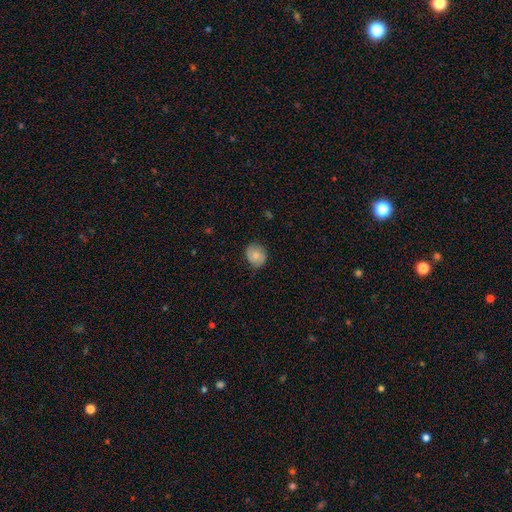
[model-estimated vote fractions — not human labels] The model was most divided on "how rounded": round: 71%, in between: 28%, cigar-shaped: 1%. More confident: merging — none (77%); smooth or featured — smooth (69%).